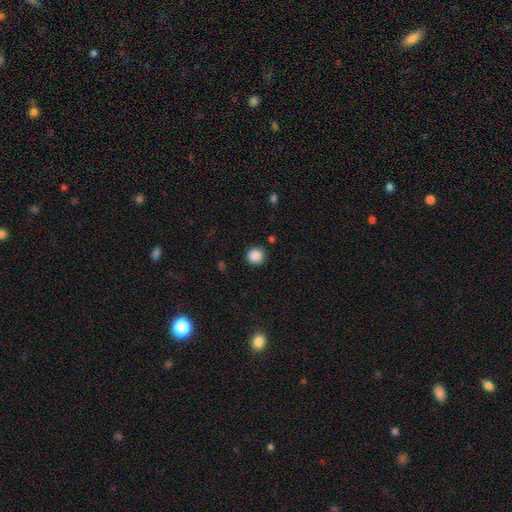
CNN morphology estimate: The model was most divided on "smooth or featured": smooth: 88%, star or artifact: 10%, featured or disk: 3%. More confident: how rounded — round (92%); merging — none (89%).